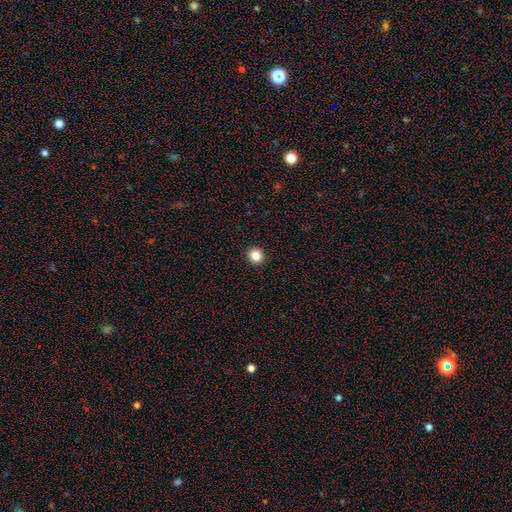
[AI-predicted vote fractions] A smooth galaxy with no disk features (84%) that is round (86%). Merging: none (93%).